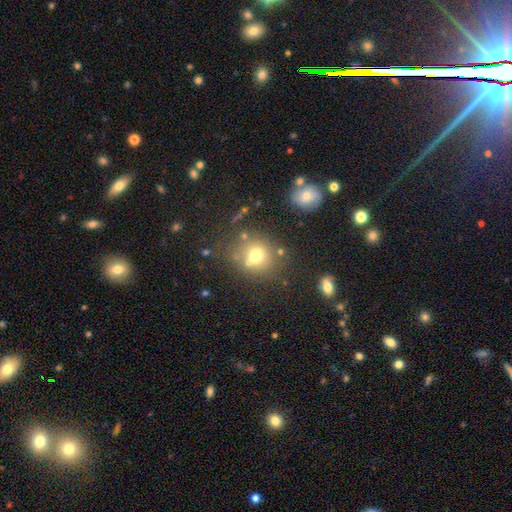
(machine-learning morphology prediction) Overall: smooth (68%). How rounded: round (83%). Merging: none (69%).